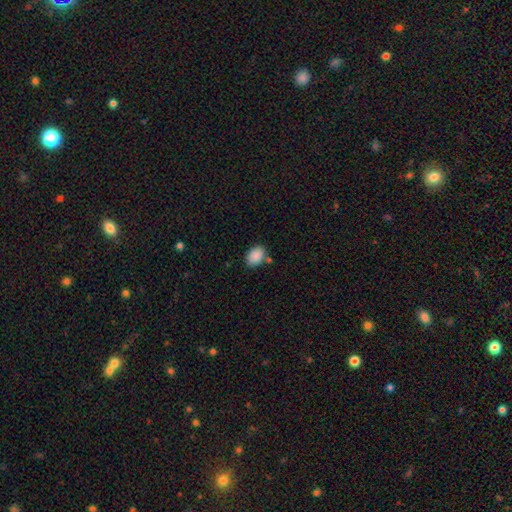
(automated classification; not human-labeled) This appears to be a smooth galaxy with no disk features (89%) that is in between round and cigar-shaped (76%). Merging: none (75%).